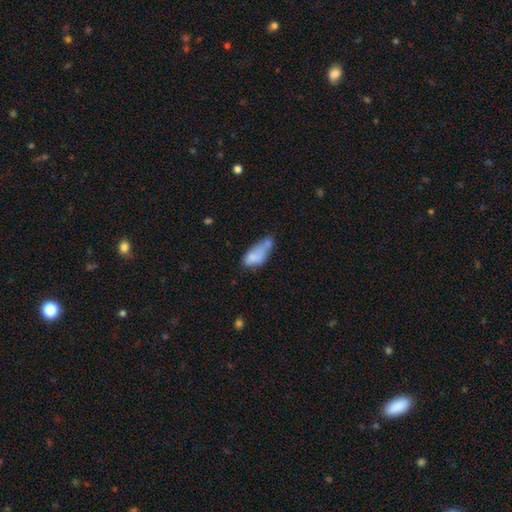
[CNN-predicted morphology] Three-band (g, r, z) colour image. It shows a smooth galaxy with no disk features (68%) that is in between round and cigar-shaped (84%). Merging: merger (35%).